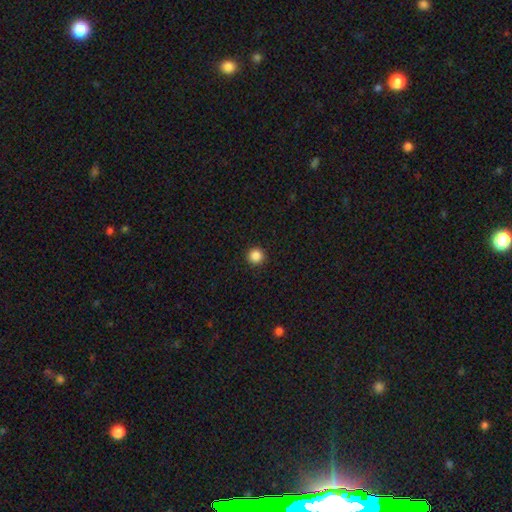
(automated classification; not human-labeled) This is clearly a smooth galaxy (86%). How rounded: clearly round (96%). Merging: clearly none (94%).